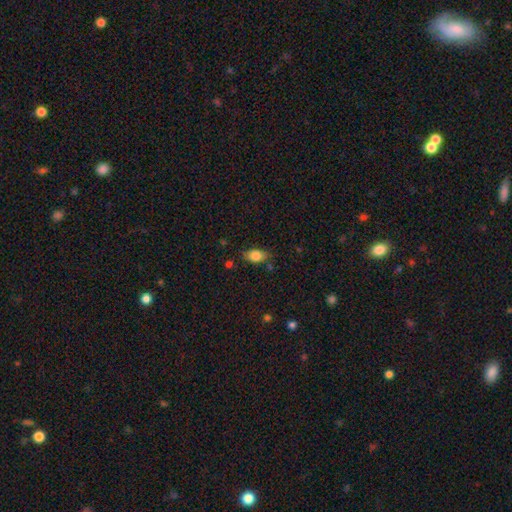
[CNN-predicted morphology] Q: Smooth or featured?
A: smooth (80%); runner-up: featured or disk (12%)
Q: How rounded?
A: in between (85%); runner-up: round (10%)
Q: Merging?
A: none (75%); runner-up: minor disturbance (18%)